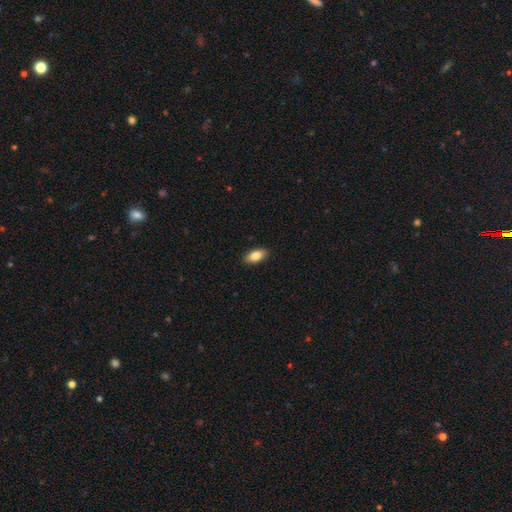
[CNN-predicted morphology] This is clearly a smooth galaxy (85%). How rounded: clearly in between (91%). Merging: clearly none (89%).